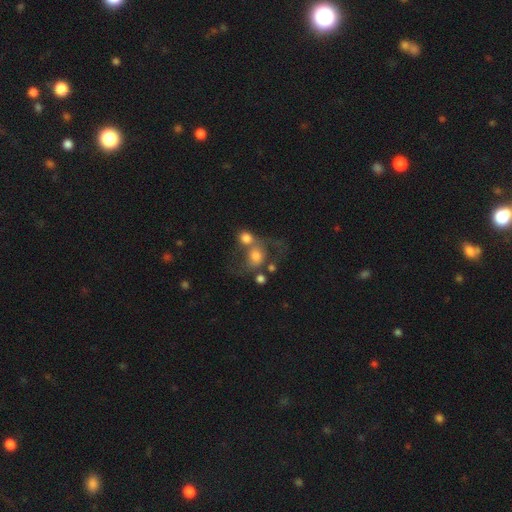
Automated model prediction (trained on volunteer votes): This appears to be a smooth galaxy with no disk features (56%) that is round (61%). Merging: merger (52%).